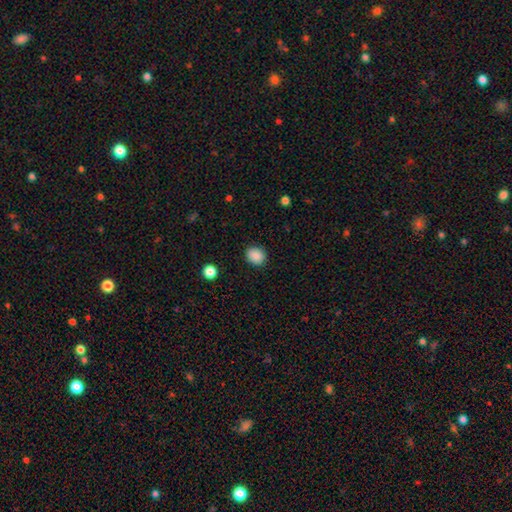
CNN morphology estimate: A smooth galaxy with no disk features (88%) that is round (68%).

Vote fractions:
- Smooth or featured? smooth: 88% / star or artifact: 9% / featured or disk: 3%
- How rounded? round: 68% / in between: 31% / cigar-shaped: 1%
- Merging? none: 88% / minor disturbance: 8% / major disturbance: 2% / merger: 1%